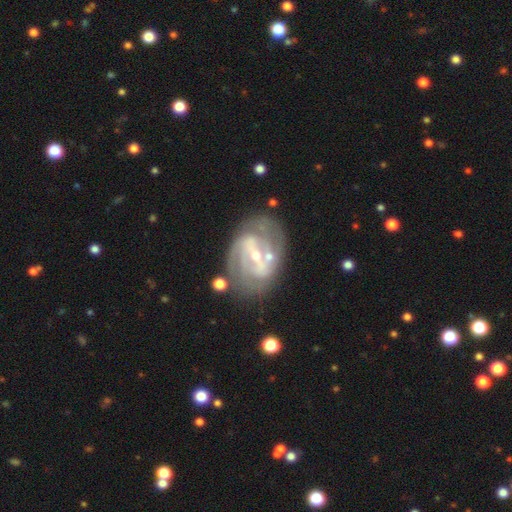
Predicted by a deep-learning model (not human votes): Overall: featured or disk (86%). Edge-on disk: no (96%). Bar: strong (52%; weak 33%). Spiral arms: yes (89%). Spiral arm count: 2 (62%). Spiral winding: tight (47%; medium 40%). Bulge size: small (68%; moderate 28%). Merging: none (66%).